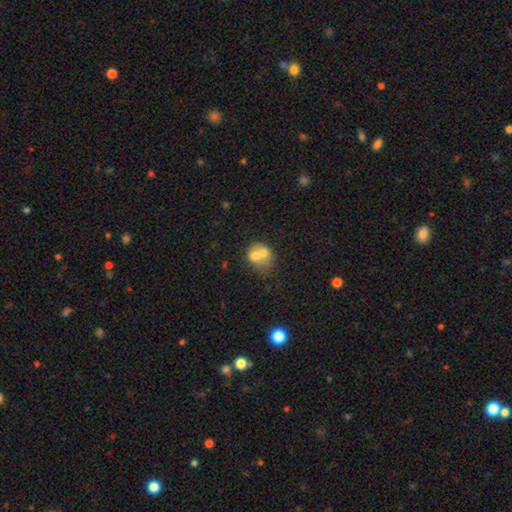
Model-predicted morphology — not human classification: Q: Smooth or featured?
A: smooth (63%); runner-up: featured or disk (27%)
Q: How rounded?
A: round (63%); runner-up: in between (36%)
Q: Merging?
A: merger (66%); runner-up: none (22%)